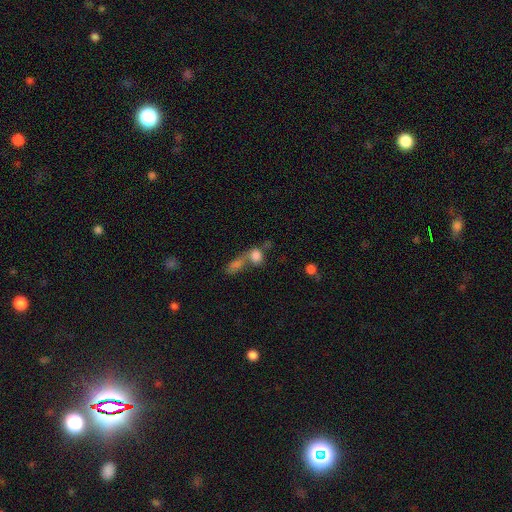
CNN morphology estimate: A smooth galaxy with no disk features (78%) that is round (51%).

Vote fractions:
- Smooth or featured? smooth: 78% / star or artifact: 11% / featured or disk: 11%
- How rounded? round: 51% / in between: 44% / cigar-shaped: 5%
- Merging? merger: 57% / none: 29% / minor disturbance: 8% / major disturbance: 7%